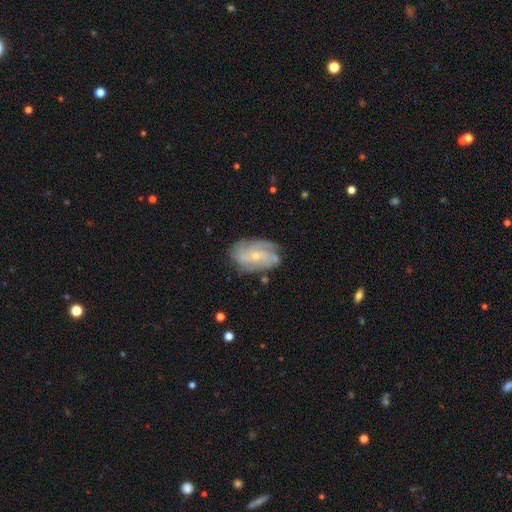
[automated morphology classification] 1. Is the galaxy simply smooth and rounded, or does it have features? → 78% featured or disk, 15% smooth, 7% star or artifact.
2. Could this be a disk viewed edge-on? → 96% no, 4% yes.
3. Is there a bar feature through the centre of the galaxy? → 72% no, 23% weak, 5% strong.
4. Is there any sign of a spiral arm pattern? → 91% yes, 9% no.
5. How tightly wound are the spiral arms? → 49% tight, 36% medium, 15% loose.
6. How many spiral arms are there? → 32% can't tell, 21% 3, 21% 4, 13% 2, 7% more than 4, 6% 1.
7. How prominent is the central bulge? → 74% small, 23% moderate, 1% none, 1% large, 1% dominant.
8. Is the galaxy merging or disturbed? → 71% none, 20% minor disturbance, 7% major disturbance, 2% merger.